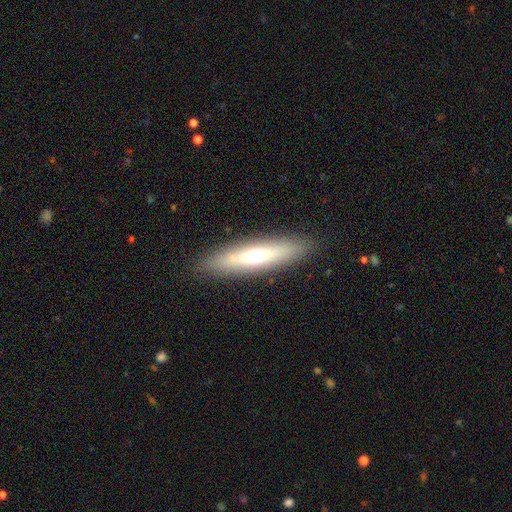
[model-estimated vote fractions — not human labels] A smooth galaxy with no disk features (52%) that is cigar-shaped (72%). Merging: none (88%).